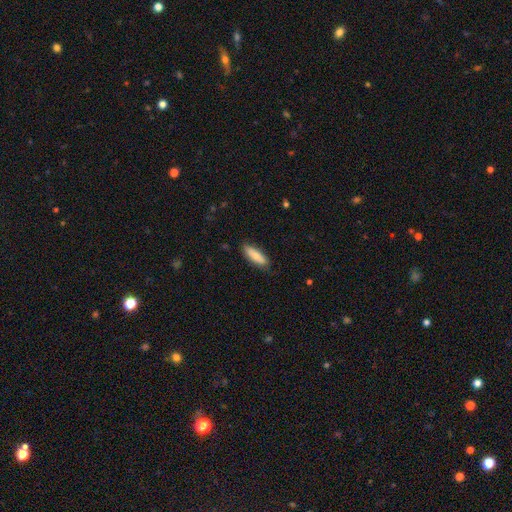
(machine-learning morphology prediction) Smooth or featured: smooth — 78% (featured or disk — 16%)
How rounded: cigar-shaped — 50% (in between — 49%)
Merging: none — 80% (minor disturbance — 16%)